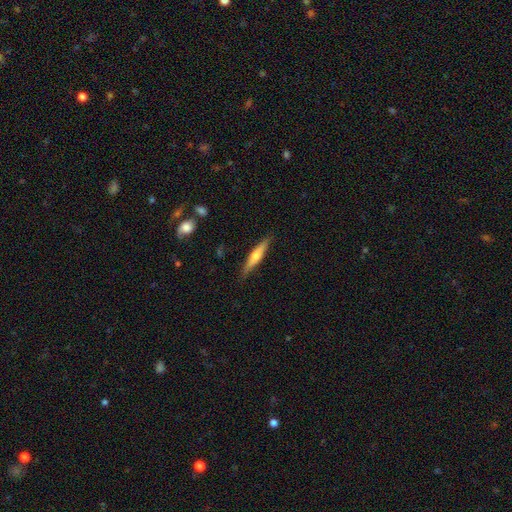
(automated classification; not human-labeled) This is possibly a smooth galaxy (48%). Merging: clearly none (87%).